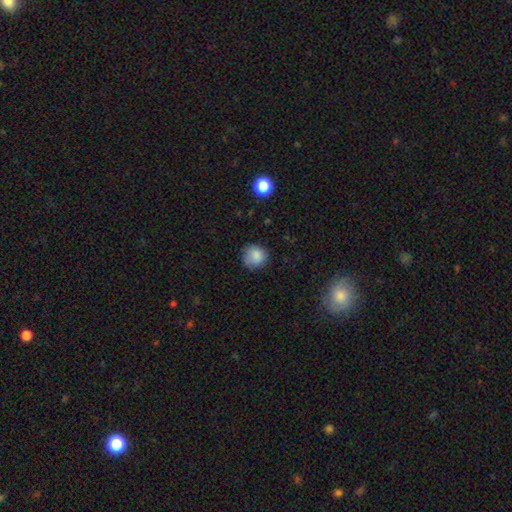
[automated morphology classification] The model was most divided on "merging": none: 77%, minor disturbance: 17%, major disturbance: 4%, merger: 1%. More confident: how rounded — round (89%); smooth or featured — smooth (85%).